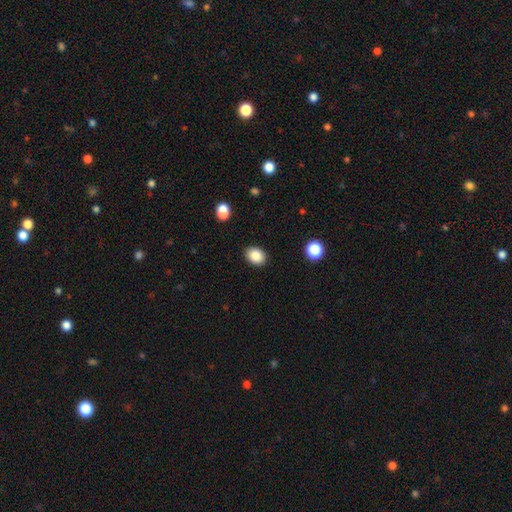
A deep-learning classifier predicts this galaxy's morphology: A smooth galaxy with no disk features (87%) that is in between round and cigar-shaped (67%). Merging: none (89%).